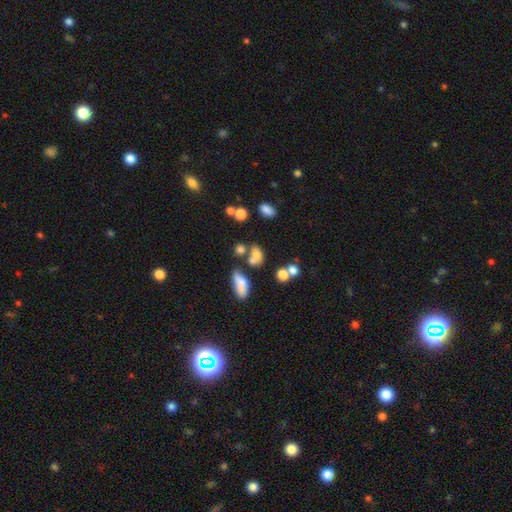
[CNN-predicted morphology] Overall: smooth (67%). How rounded: in between (65%; round 30%). Merging: none (39%; merger 37%).